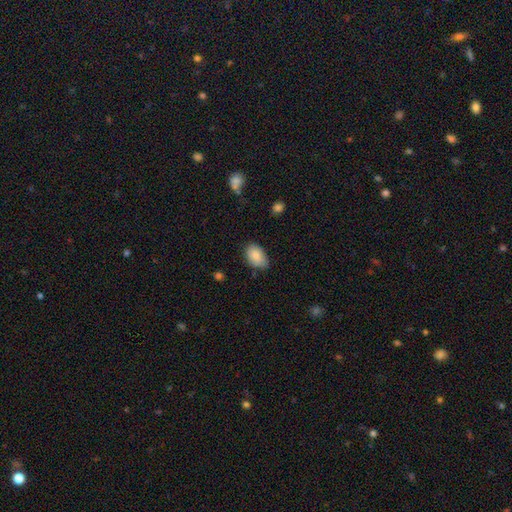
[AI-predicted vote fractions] smooth-or-featured: smooth: 87% | star or artifact: 7% | featured or disk: 6%
  how-rounded: in between: 88% | round: 11% | cigar-shaped: 1%
  merging: none: 73% | minor disturbance: 22% | major disturbance: 4% | merger: 1%